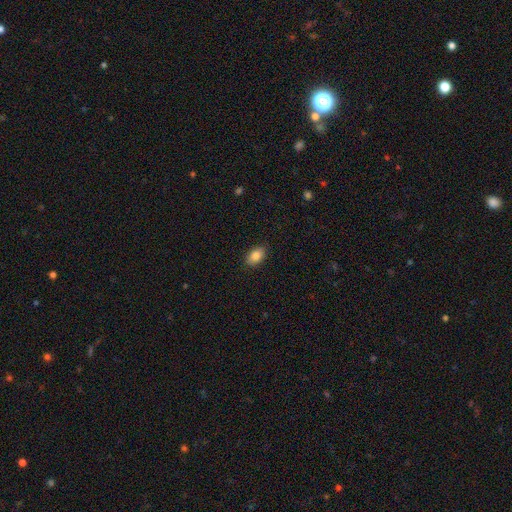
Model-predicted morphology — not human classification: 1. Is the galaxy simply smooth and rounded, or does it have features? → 85% smooth, 8% star or artifact, 7% featured or disk.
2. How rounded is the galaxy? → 89% in between, 9% round, 2% cigar-shaped.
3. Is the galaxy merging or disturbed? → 89% none, 8% minor disturbance, 2% major disturbance, 1% merger.